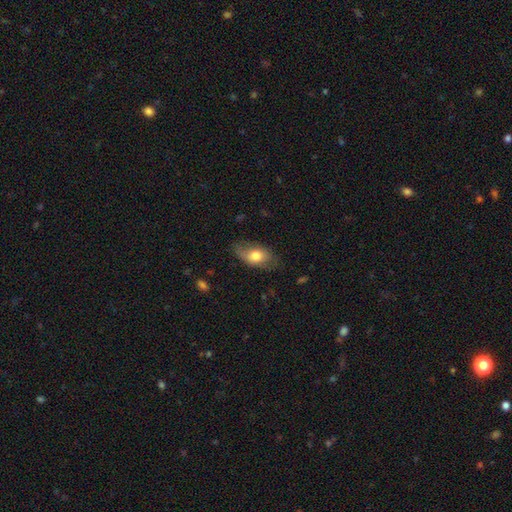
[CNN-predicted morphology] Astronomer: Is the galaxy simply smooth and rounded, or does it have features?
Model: smooth — 69%.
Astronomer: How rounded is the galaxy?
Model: in between — 89%.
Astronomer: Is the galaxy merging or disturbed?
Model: none — 64%.